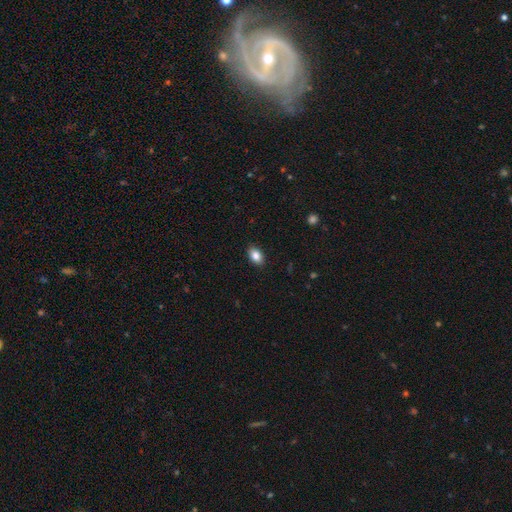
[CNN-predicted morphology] Smooth or featured?
  - smooth: 85% *
  - star or artifact: 8%
  - featured or disk: 6%
How rounded?
  - in between: 88% *
  - round: 11%
  - cigar-shaped: 1%
Merging?
  - none: 89% *
  - minor disturbance: 8%
  - major disturbance: 2%
  - merger: 1%